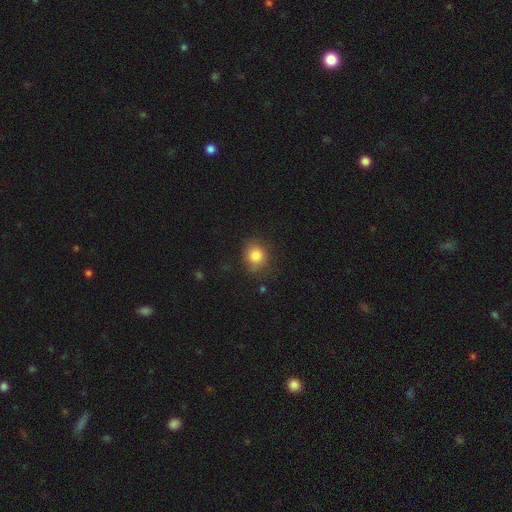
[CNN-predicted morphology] smooth_or_featured: smooth (p=0.83) [alt: star or artifact p=0.10]
how_rounded: round (p=0.69) [alt: in between p=0.30]
merging: none (p=0.74) [alt: minor disturbance p=0.19]